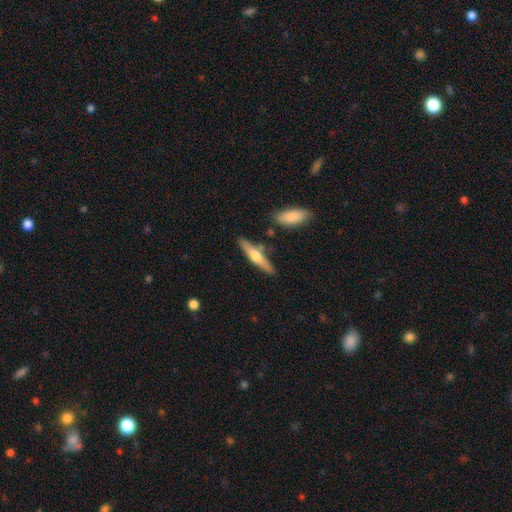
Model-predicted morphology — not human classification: smooth_or_featured: featured or disk (p=0.52) [alt: smooth p=0.42]
disk_edge_on: yes (p=0.94) [alt: no p=0.06]
merging: none (p=0.80) [alt: minor disturbance p=0.11]